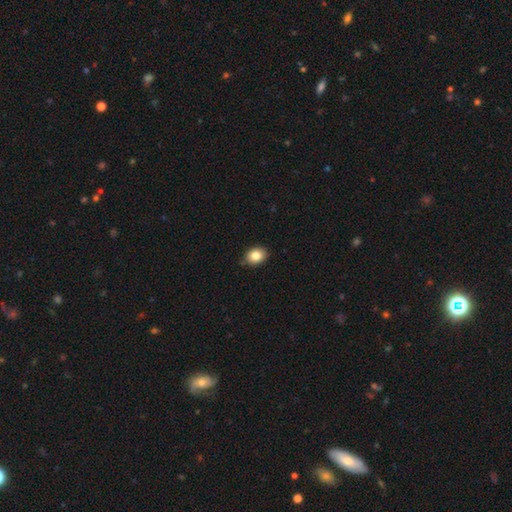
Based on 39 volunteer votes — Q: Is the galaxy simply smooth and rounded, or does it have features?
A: smooth — 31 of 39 (79%).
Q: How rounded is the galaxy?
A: in between — 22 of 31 (71%).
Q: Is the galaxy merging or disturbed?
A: none — 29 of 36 (81%).